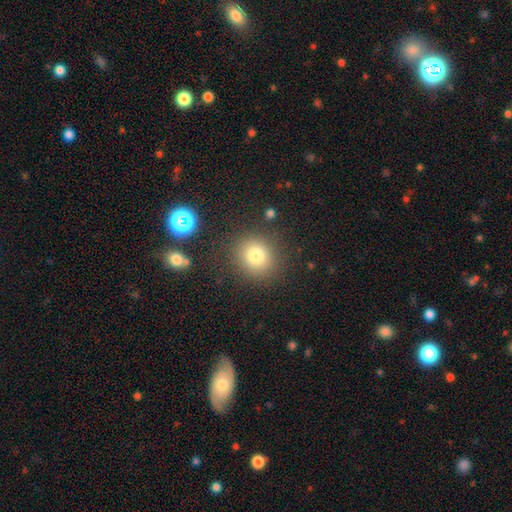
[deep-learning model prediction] A smooth galaxy with no disk features (78%) that is round (86%). Merging: none (86%).